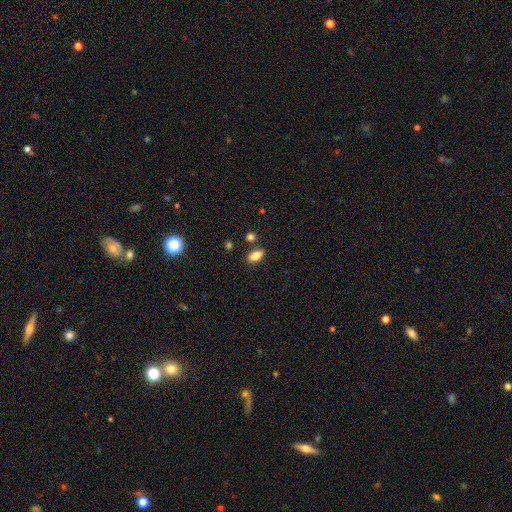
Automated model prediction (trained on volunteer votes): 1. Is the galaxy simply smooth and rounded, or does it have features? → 80% smooth, 11% featured or disk, 9% star or artifact.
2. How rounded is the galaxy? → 87% in between, 7% cigar-shaped, 6% round.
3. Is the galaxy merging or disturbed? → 79% none, 11% minor disturbance, 6% merger, 3% major disturbance.